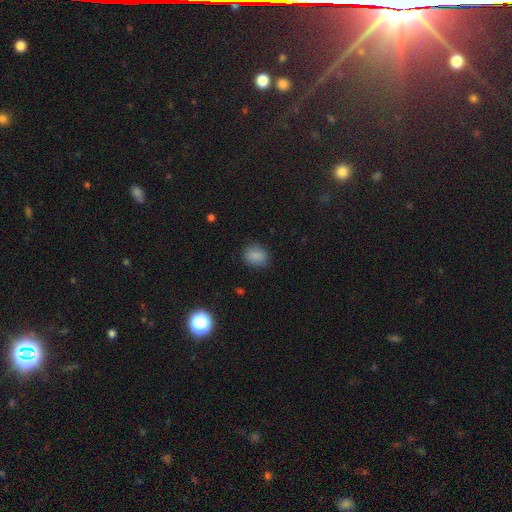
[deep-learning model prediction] smooth 85%, star or artifact 10%, featured or disk 5%. Down the decision tree: how rounded — round (58%); merging — none (84%).